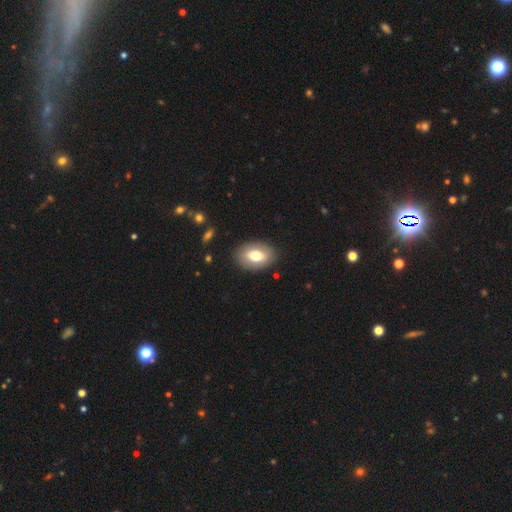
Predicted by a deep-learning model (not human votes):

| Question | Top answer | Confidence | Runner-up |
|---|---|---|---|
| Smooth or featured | smooth | 69% | featured or disk (24%) |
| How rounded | in between | 85% | round (14%) |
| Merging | none | 86% | minor disturbance (10%) |